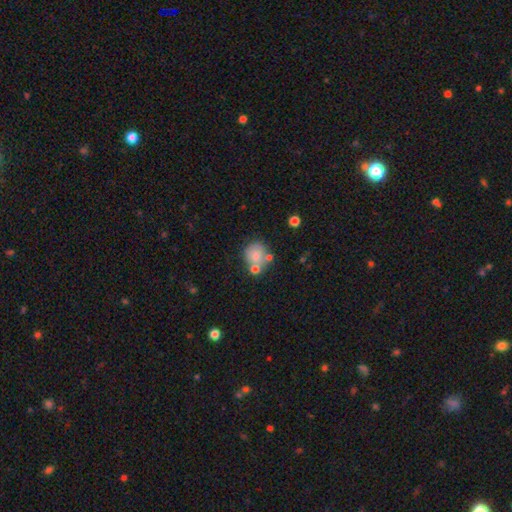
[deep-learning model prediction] This is likely a smooth galaxy (74%). How rounded: likely round (78%). Merging: possibly none (53%).